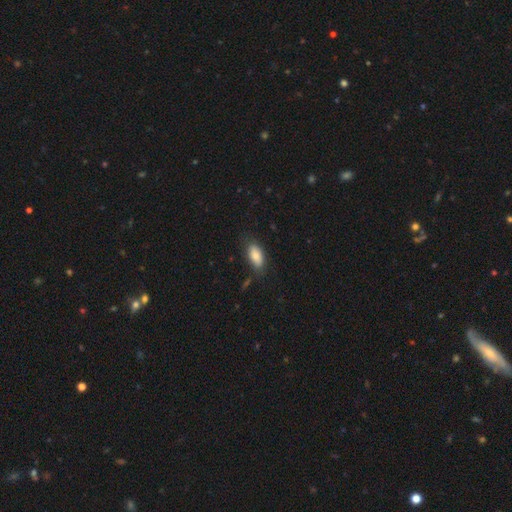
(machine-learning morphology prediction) Overall: smooth (84%). How rounded: in between (89%). Merging: none (75%).